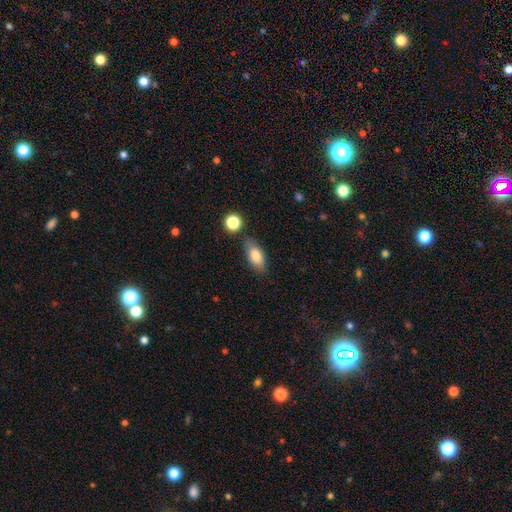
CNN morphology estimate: Smooth or featured?
  - smooth: 80% *
  - featured or disk: 12%
  - star or artifact: 8%
How rounded?
  - in between: 86% *
  - cigar-shaped: 9%
  - round: 5%
Merging?
  - none: 78% *
  - minor disturbance: 14%
  - merger: 5%
  - major disturbance: 3%